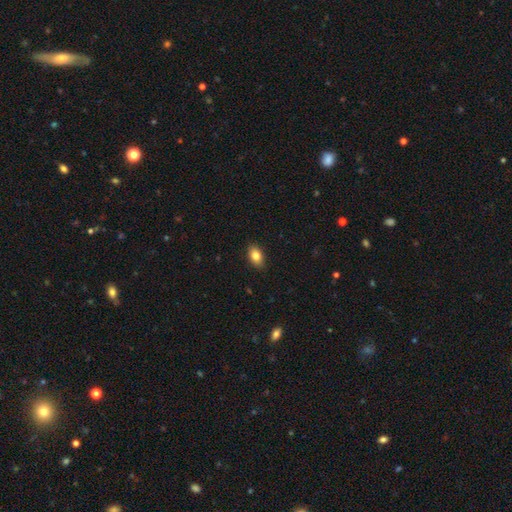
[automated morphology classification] type=smooth (84%); roundness=in between (88%); merging=none (89%).